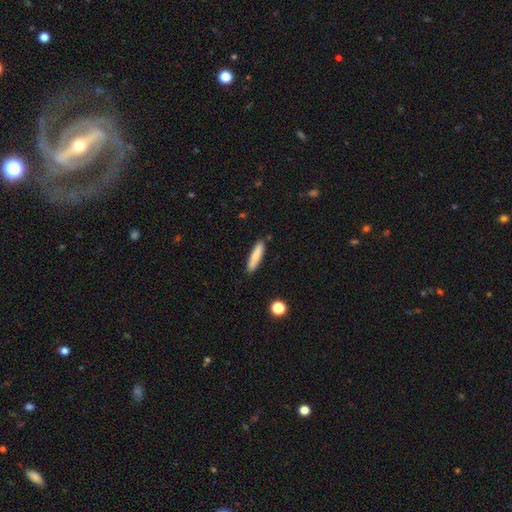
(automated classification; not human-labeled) This is clearly a smooth galaxy (80%). How rounded: clearly cigar-shaped (83%). Merging: clearly none (88%).